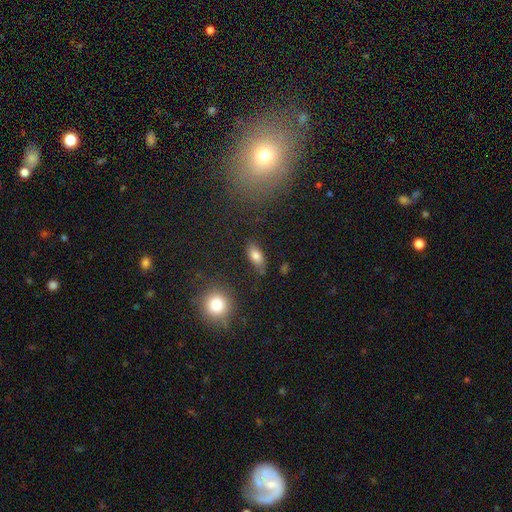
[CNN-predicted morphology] Smooth or featured? smooth (80%)
How rounded? in between (85%)
Merging? none (77%)